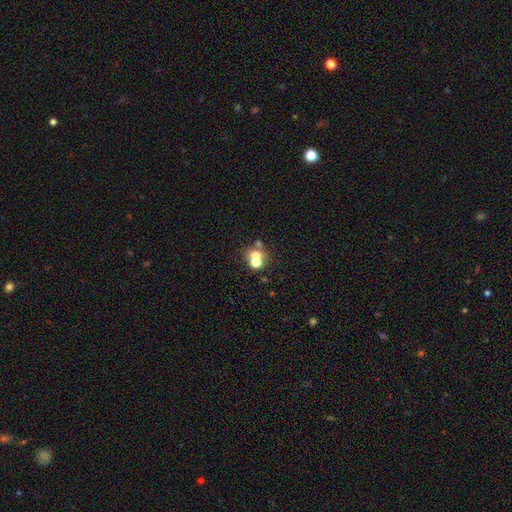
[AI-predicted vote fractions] Smooth or featured?
  - smooth: 60% *
  - featured or disk: 21%
  - star or artifact: 19%
How rounded?
  - round: 76% *
  - in between: 23%
  - cigar-shaped: 1%
Merging?
  - merger: 49% *
  - none: 40%
  - minor disturbance: 7%
  - major disturbance: 5%